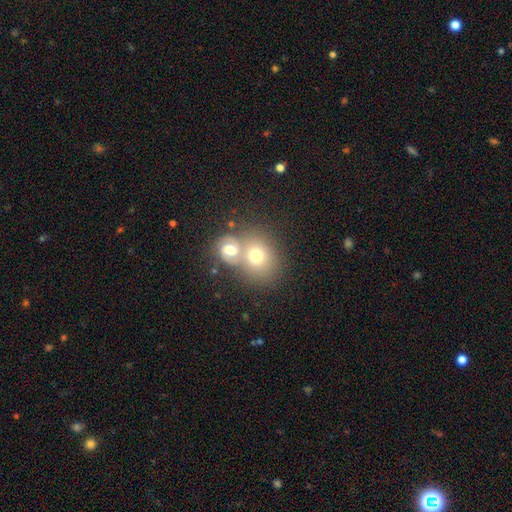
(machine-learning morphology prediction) The model was most divided on "merging": merger: 58%, none: 33%, minor disturbance: 6%, major disturbance: 3%. More confident: how rounded — round (73%); smooth or featured — smooth (65%).